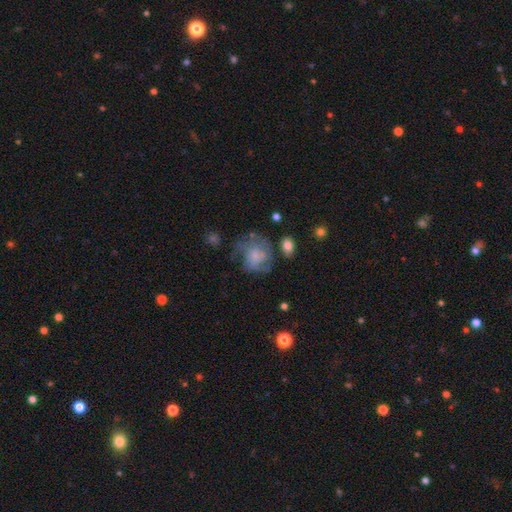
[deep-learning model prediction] Overall: smooth (45%, tied with featured or disk). Merging: none (43%; major disturbance 28%).